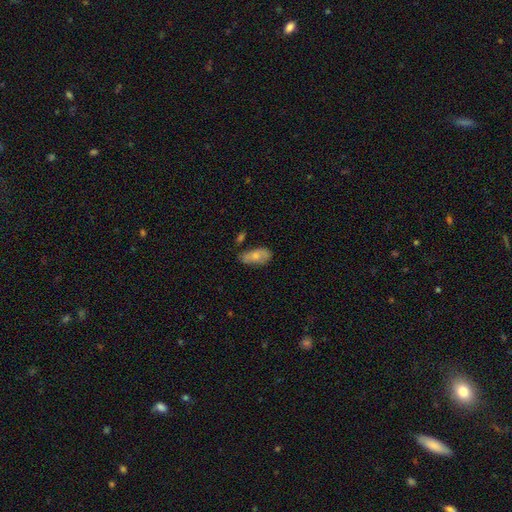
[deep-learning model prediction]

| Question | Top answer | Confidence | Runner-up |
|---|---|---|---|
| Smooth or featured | smooth | 72% | featured or disk (22%) |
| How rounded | in between | 89% | cigar-shaped (7%) |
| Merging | none | 61% | minor disturbance (27%) |